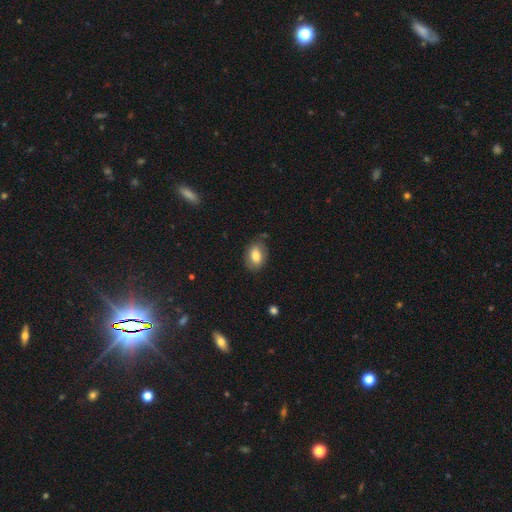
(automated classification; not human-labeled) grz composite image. It shows a smooth galaxy with no disk features (77%) that is in between round and cigar-shaped (82%). Merging: none (73%).